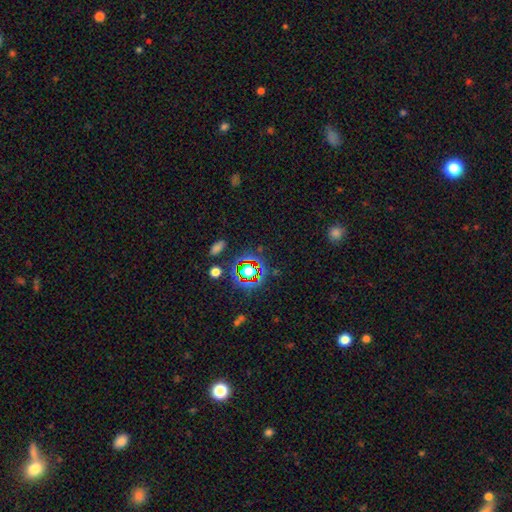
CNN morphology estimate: A star or artifact, not a galaxy (73%).